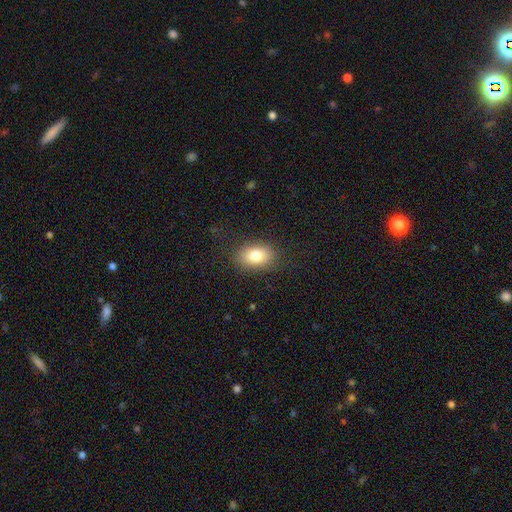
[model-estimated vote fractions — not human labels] A smooth galaxy with no disk features (80%) that is in between round and cigar-shaped (82%).

Vote fractions:
- Smooth or featured? smooth: 80% / featured or disk: 11% / star or artifact: 9%
- How rounded? in between: 82% / round: 17% / cigar-shaped: 2%
- Merging? none: 85% / minor disturbance: 10% / major disturbance: 4% / merger: 1%